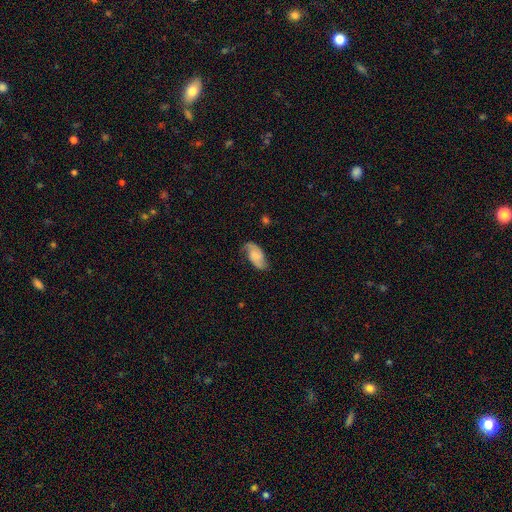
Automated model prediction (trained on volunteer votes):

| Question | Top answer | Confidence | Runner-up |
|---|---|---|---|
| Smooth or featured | featured or disk | 58% | smooth (35%) |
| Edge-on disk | no | 96% | yes (4%) |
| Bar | no | 57% | weak (34%) |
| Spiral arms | yes | 92% | no (8%) |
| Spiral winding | medium | 40% | loose (39%) |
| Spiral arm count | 2 | 85% | 1 (6%) |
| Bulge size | none | 44% | small (24%) |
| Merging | none | 67% | minor disturbance (23%) |